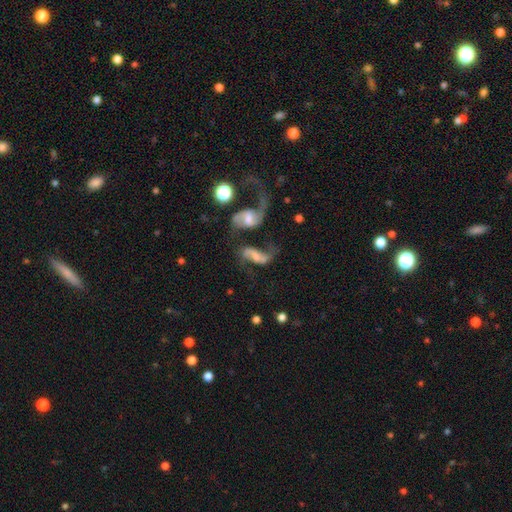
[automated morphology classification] A featured or disk galaxy (70%) with a weak bar (44%), 2 (84%) loose (75%) spiral arms (87%) and a small central bulge (30%).

Vote fractions:
- Smooth or featured? featured or disk: 70% / smooth: 20% / star or artifact: 11%
- Edge-on disk? no: 94% / yes: 6%
- Bar? weak: 44% / no: 32% / strong: 24%
- Spiral arms? yes: 87% / no: 13%
- Spiral winding? loose: 75% / medium: 20% / tight: 5%
- Spiral arm count? 2: 84% / 1: 8% / can't tell: 5% / 3: 1% / 4: 1% / more than 4: 1%
- Bulge size? small: 30% / moderate: 29% / none: 29% / large: 9% / dominant: 2%
- Merging? merger: 36% / none: 29% / major disturbance: 22% / minor disturbance: 14%